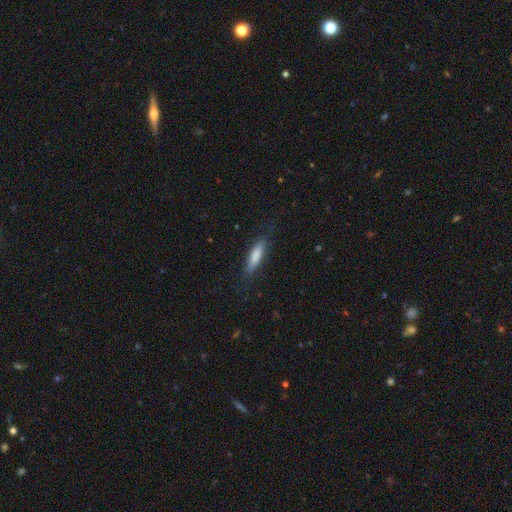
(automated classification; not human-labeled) Smooth or featured?
  - smooth: 80% *
  - featured or disk: 14%
  - star or artifact: 6%
How rounded?
  - cigar-shaped: 68% *
  - in between: 30%
  - round: 2%
Merging?
  - none: 80% *
  - minor disturbance: 14%
  - major disturbance: 4%
  - merger: 1%